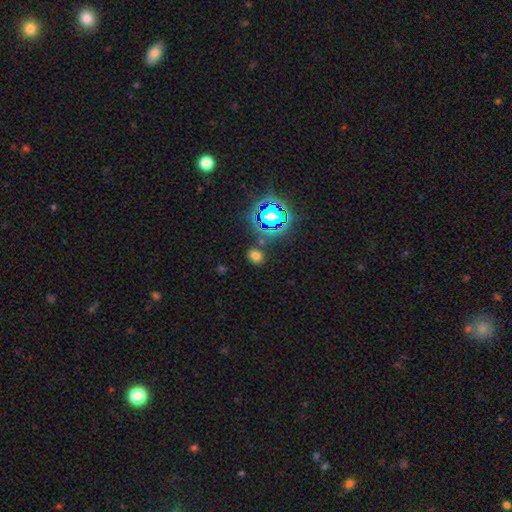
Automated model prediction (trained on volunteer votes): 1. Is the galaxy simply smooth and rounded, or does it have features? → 62% smooth, 31% star or artifact, 7% featured or disk.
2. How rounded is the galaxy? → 59% in between, 39% round, 1% cigar-shaped.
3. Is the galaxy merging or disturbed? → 82% none, 10% minor disturbance, 5% merger, 4% major disturbance.